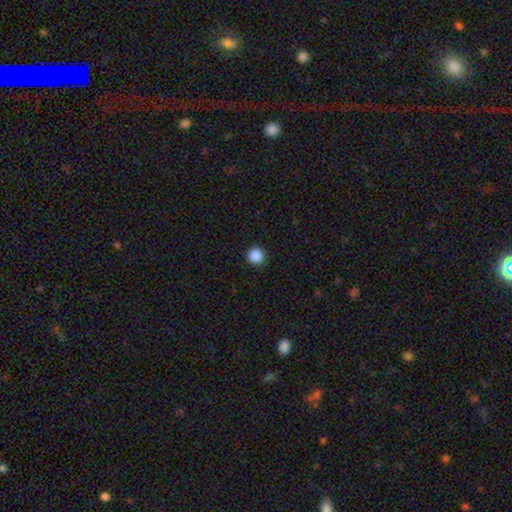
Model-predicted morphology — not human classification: smooth_or_featured: smooth (p=0.88) [alt: star or artifact p=0.10]
how_rounded: round (p=0.96) [alt: in between p=0.03]
merging: none (p=0.93) [alt: minor disturbance p=0.04]